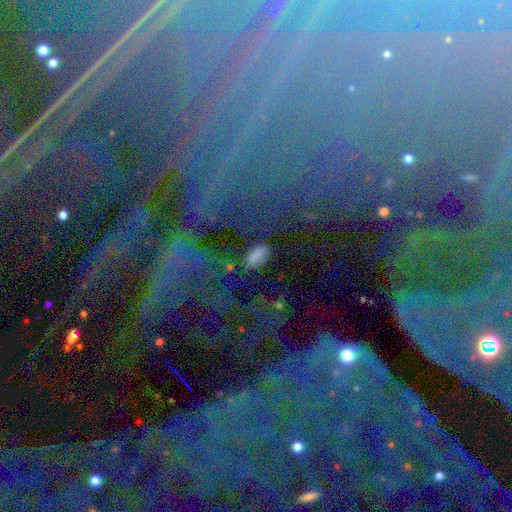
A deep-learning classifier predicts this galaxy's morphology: Smooth or featured? Predicted: smooth (p=0.45). Merging? Predicted: none (p=0.69).